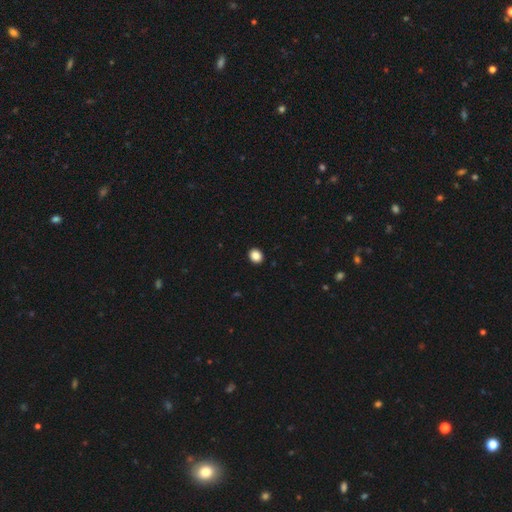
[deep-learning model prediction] Smooth or featured? smooth (87%)
How rounded? round (62%)
Merging? none (93%)